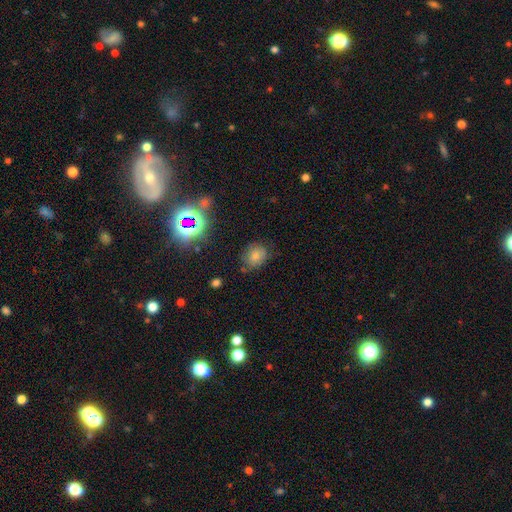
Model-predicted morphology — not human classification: A smooth galaxy with no disk features (71%) that is round (60%).

Vote fractions:
- Smooth or featured? smooth: 71% / star or artifact: 18% / featured or disk: 11%
- How rounded? round: 60% / in between: 39% / cigar-shaped: 1%
- Merging? none: 70% / minor disturbance: 22% / major disturbance: 6% / merger: 3%